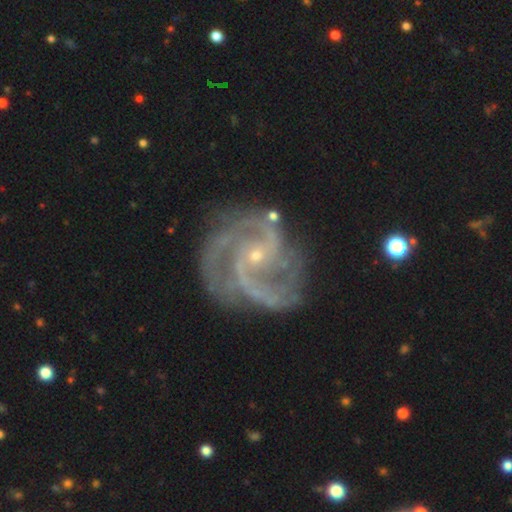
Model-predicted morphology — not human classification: smooth_or_featured: featured or disk (p=0.92) [alt: star or artifact p=0.05]
disk_edge_on: no (p=0.98) [alt: yes p=0.02]
bar: no (p=0.58) [alt: weak p=0.31]
has_spiral_arms: yes (p=0.98) [alt: no p=0.02]
spiral_winding: medium (p=0.56) [alt: tight p=0.32]
spiral_arm_count: 2 (p=0.57) [alt: 3 p=0.21]
bulge_size: small (p=0.83) [alt: moderate p=0.13]
merging: none (p=0.68) [alt: minor disturbance p=0.19]